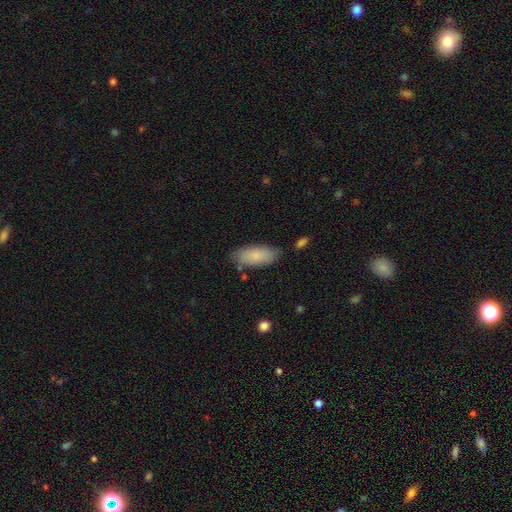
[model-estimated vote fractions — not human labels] The model was most divided on "merging": none: 77%, minor disturbance: 16%, merger: 4%, major disturbance: 3%. More confident: how rounded — in between (85%); smooth or featured — smooth (84%).